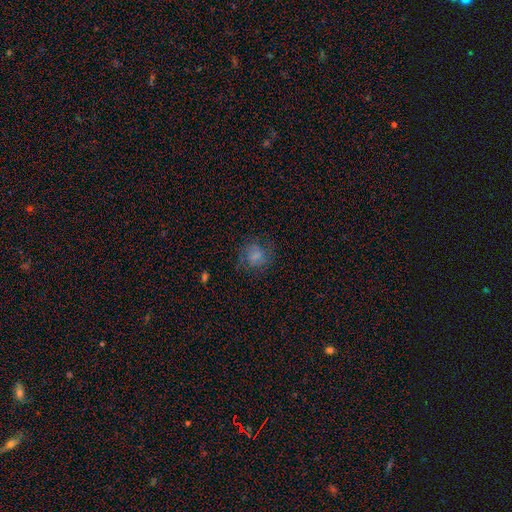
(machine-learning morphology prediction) Smooth or featured: smooth — 58% (featured or disk — 30%)
How rounded: round — 75% (in between — 24%)
Merging: none — 67% (minor disturbance — 19%)